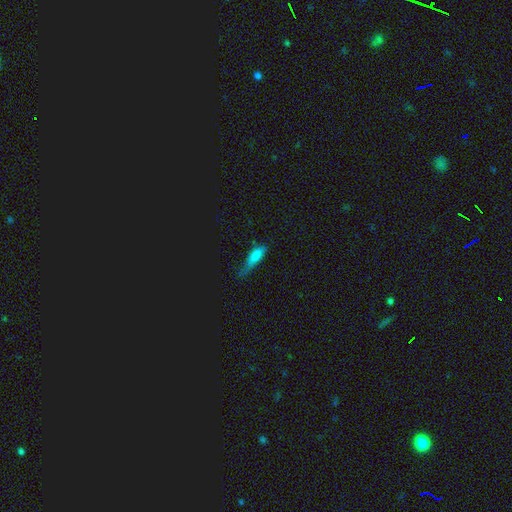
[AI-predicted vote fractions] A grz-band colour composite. It shows a smooth galaxy with no disk features (75%) that is in between round and cigar-shaped (56%). Merging: minor disturbance (41%).